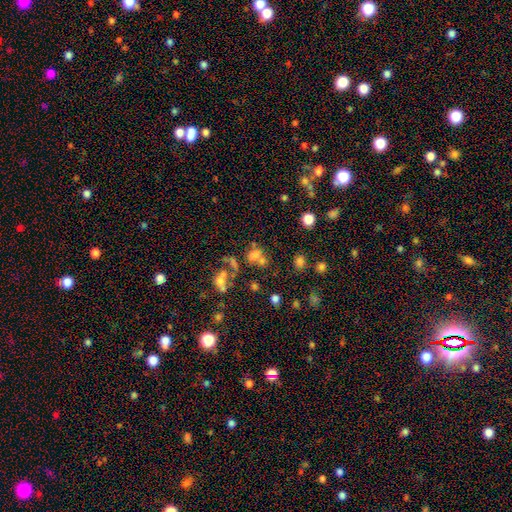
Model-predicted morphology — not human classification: A smooth galaxy with no disk features (60%) that is in between round and cigar-shaped (57%).

Vote fractions:
- Smooth or featured? smooth: 60% / star or artifact: 23% / featured or disk: 17%
- How rounded? in between: 57% / round: 40% / cigar-shaped: 3%
- Merging? merger: 41% / none: 35% / major disturbance: 12% / minor disturbance: 12%